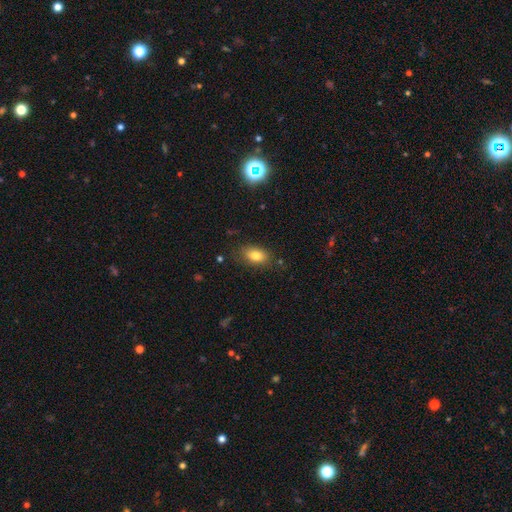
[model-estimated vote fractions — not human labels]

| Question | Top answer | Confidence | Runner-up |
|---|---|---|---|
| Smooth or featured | smooth | 80% | featured or disk (10%) |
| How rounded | in between | 86% | round (10%) |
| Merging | none | 79% | minor disturbance (16%) |